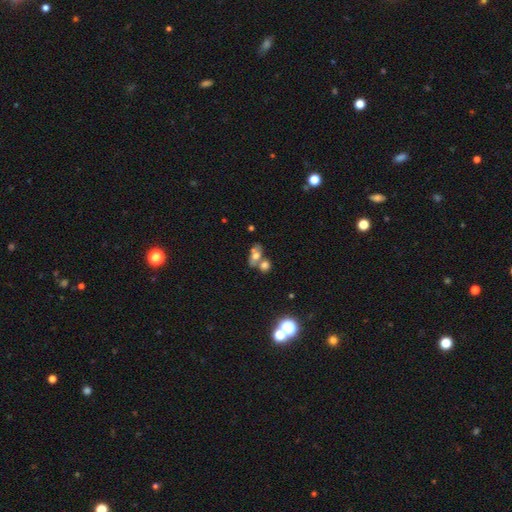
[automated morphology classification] This is possibly a smooth galaxy (57%). How rounded: likely in between (70%). Merging: possibly merger (49%).